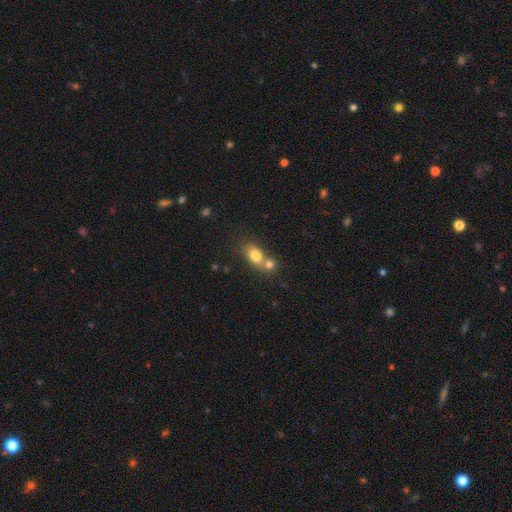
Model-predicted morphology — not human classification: type=smooth (78%); roundness=in between (64%); merging=merger (54%).